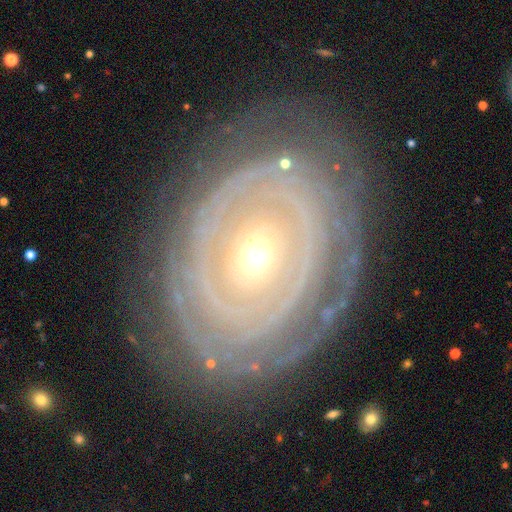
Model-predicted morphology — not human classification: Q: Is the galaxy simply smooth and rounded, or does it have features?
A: featured or disk — 82%.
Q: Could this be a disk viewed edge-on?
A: no — 95%.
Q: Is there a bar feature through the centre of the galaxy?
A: no — 76%.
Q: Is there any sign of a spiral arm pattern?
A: yes — 73%.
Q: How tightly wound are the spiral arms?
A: tight — 85%.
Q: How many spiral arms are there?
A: can't tell — 47%.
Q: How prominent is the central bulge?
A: small — 55%.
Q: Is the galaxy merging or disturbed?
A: none — 78%.